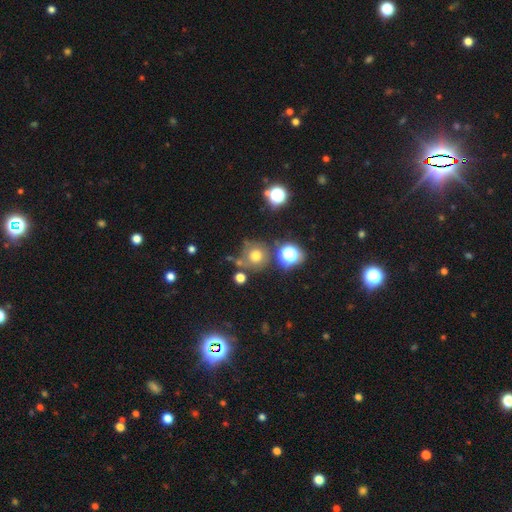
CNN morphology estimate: Smooth or featured? Predicted: smooth (p=0.62). How rounded? Predicted: round (p=0.91). Merging? Predicted: none (p=0.65).